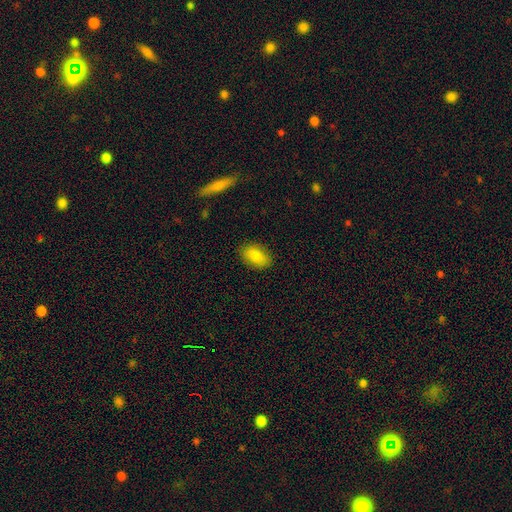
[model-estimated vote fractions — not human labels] Smooth or featured? Predicted: smooth (p=0.82). How rounded? Predicted: in between (p=0.86). Merging? Predicted: none (p=0.87).